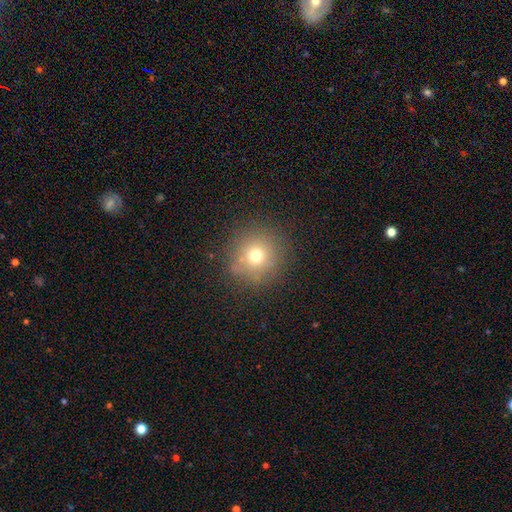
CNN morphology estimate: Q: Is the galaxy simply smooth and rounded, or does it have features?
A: smooth — 69%.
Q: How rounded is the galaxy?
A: round — 94%.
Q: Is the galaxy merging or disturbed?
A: none — 84%.